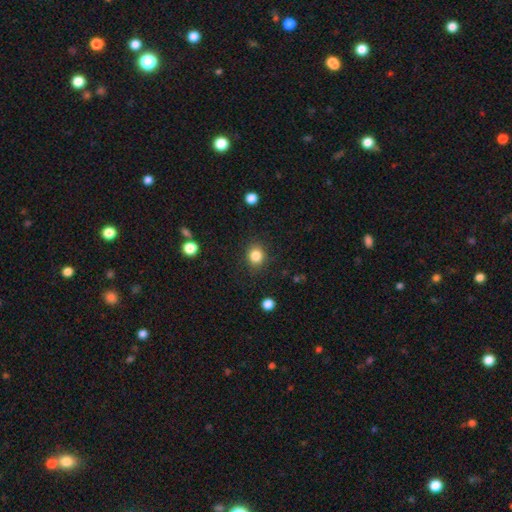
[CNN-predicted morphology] This appears to be a smooth galaxy with no disk features (85%) that is round (77%). Merging: none (87%).